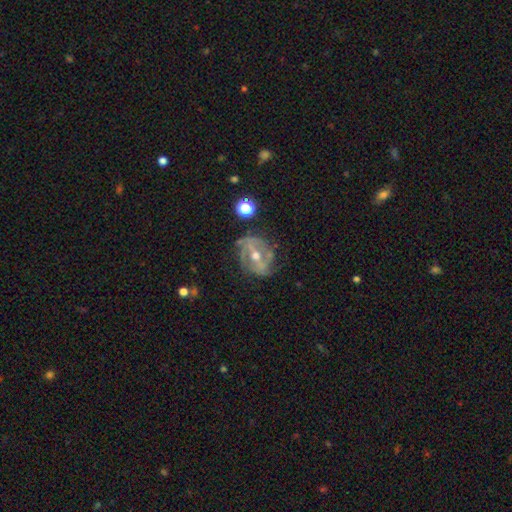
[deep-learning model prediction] Smooth or featured: featured or disk — 78% (smooth — 13%)
Edge-on disk: no — 93% (yes — 7%)
Bar: strong — 49% (weak — 31%)
Spiral arms: yes — 70% (no — 30%)
Spiral winding: tight — 39% (medium — 38%)
Spiral arm count: 2 — 55% (can't tell — 27%)
Bulge size: moderate — 61% (small — 35%)
Merging: none — 66% (minor disturbance — 21%)